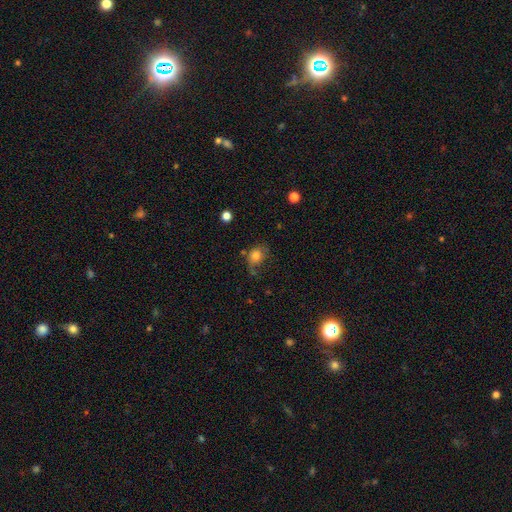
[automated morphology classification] type=smooth (75%); roundness=round (52%); merging=none (50%).